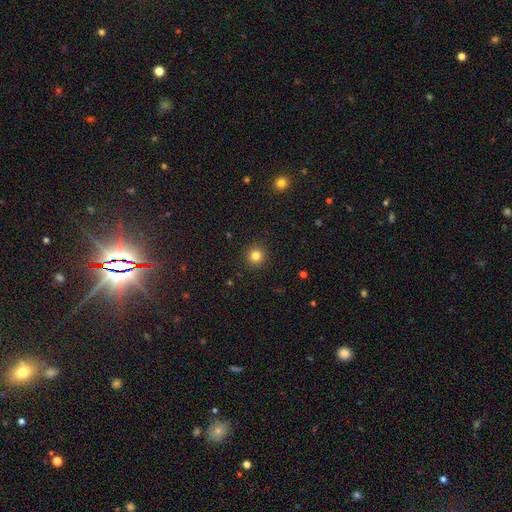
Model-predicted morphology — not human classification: smooth-or-featured: smooth: 82% | star or artifact: 13% | featured or disk: 5%
  how-rounded: round: 95% | in between: 4% | cigar-shaped: 1%
  merging: none: 92% | minor disturbance: 5% | major disturbance: 2% | merger: 1%